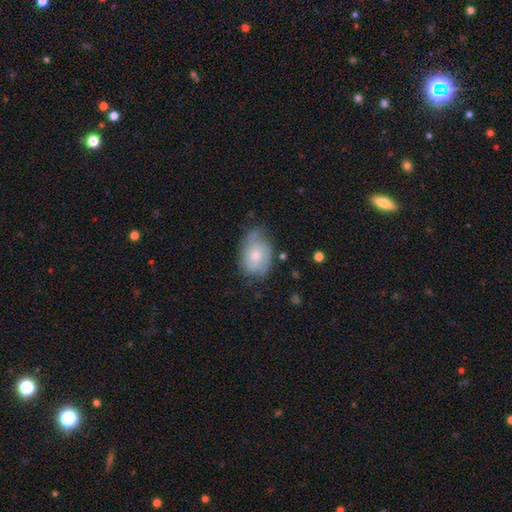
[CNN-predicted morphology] Smooth or featured?
  - featured or disk: 49% *
  - smooth: 44%
  - star or artifact: 7%
Merging?
  - none: 58% *
  - minor disturbance: 30%
  - major disturbance: 9%
  - merger: 2%